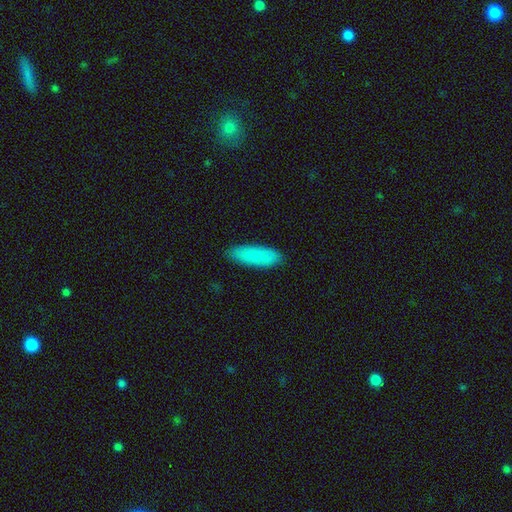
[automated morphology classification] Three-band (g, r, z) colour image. It shows a smooth galaxy with no disk features (86%) that is in between round and cigar-shaped (55%). Merging: none (88%).